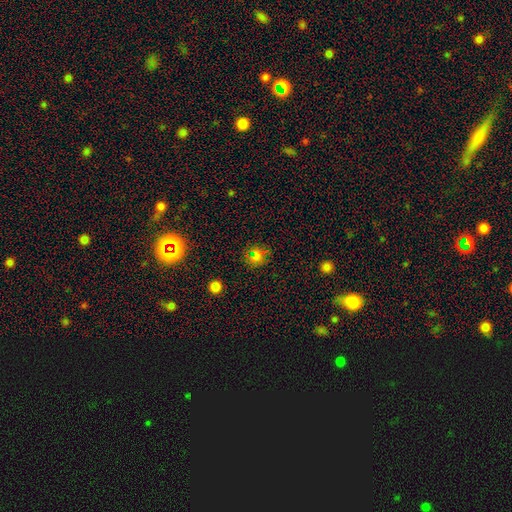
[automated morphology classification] type=smooth (64%); roundness=round (88%); merging=none (85%).